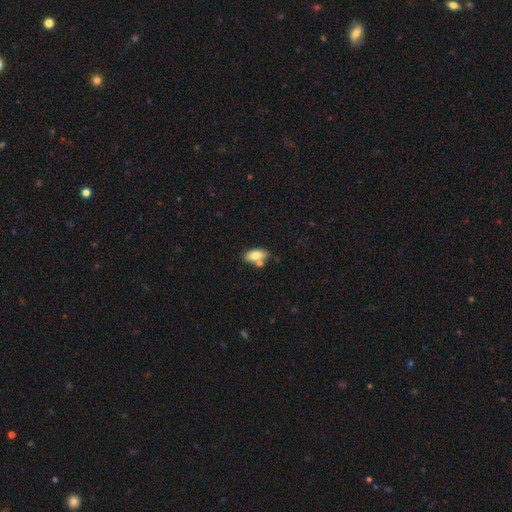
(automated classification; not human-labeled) This appears to be a smooth galaxy with no disk features (80%) that is in between round and cigar-shaped (91%). Merging: none (64%).